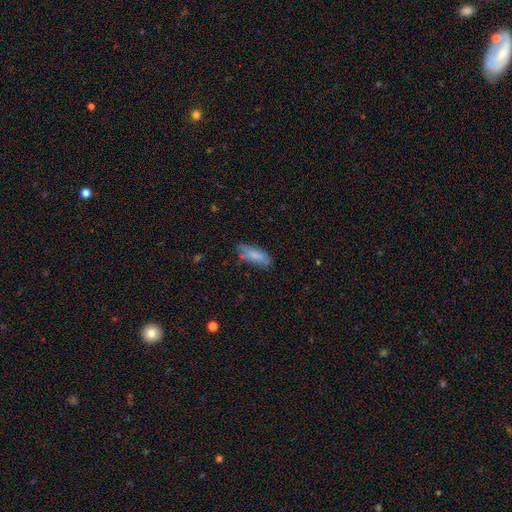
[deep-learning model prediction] This is likely a smooth galaxy (77%). How rounded: likely in between (73%). Merging: likely none (71%).